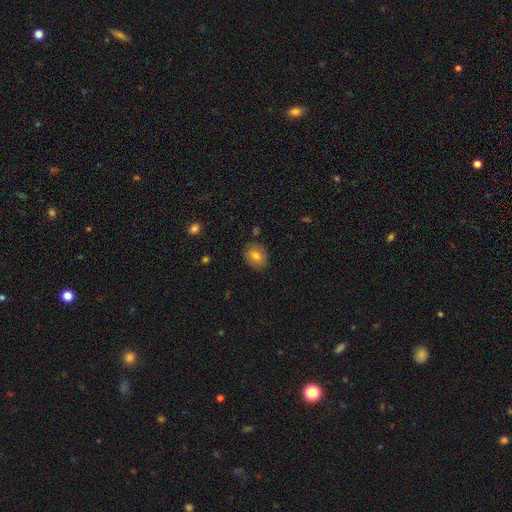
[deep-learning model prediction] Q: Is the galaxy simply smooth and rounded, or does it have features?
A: smooth — 75%.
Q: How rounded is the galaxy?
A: in between — 55%.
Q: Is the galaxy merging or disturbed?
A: none — 83%.